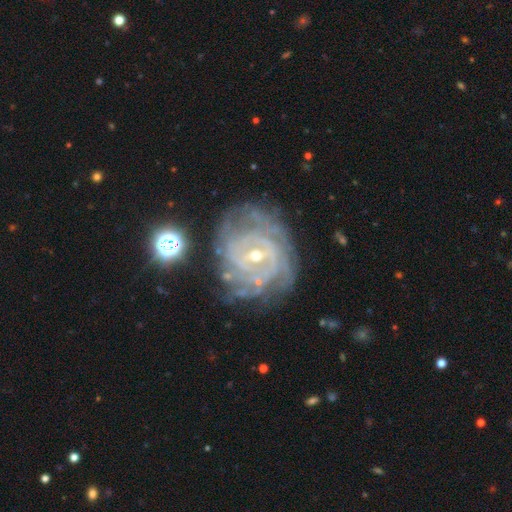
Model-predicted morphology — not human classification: Smooth or featured? Predicted: featured or disk (p=0.87). Edge-on disk? Predicted: no (p=0.97). Bar? Predicted: weak (p=0.51). Spiral arms? Predicted: yes (p=0.94). Spiral winding? Predicted: tight (p=0.73). Spiral arm count? Predicted: can't tell (p=0.40). Bulge size? Predicted: small (p=0.67). Merging? Predicted: none (p=0.67).